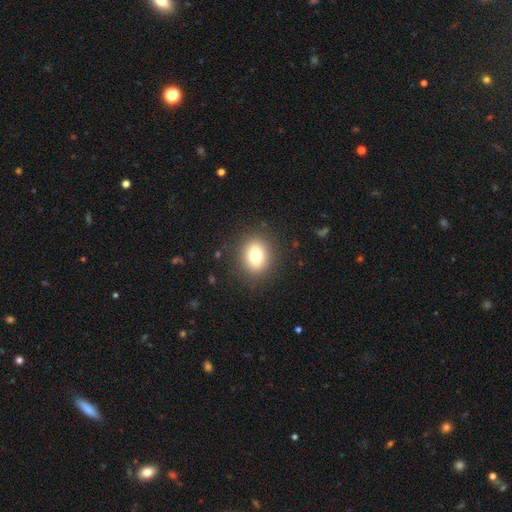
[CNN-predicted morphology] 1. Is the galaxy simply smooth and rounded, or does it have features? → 79% smooth, 10% star or artifact, 10% featured or disk.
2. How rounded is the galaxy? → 54% in between, 45% round, 1% cigar-shaped.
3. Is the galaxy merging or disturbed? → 87% none, 8% minor disturbance, 3% major disturbance, 1% merger.